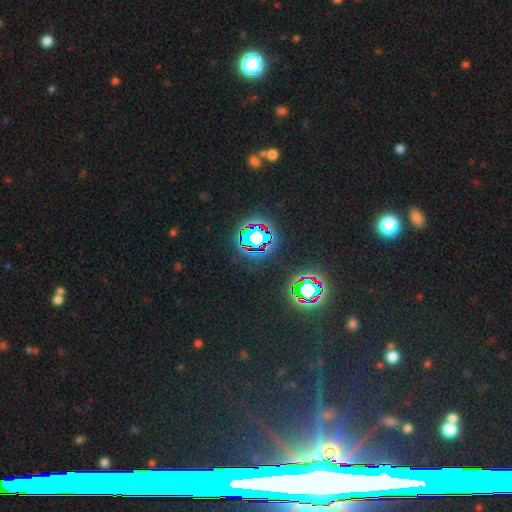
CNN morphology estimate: Overall: star or artifact (77%).